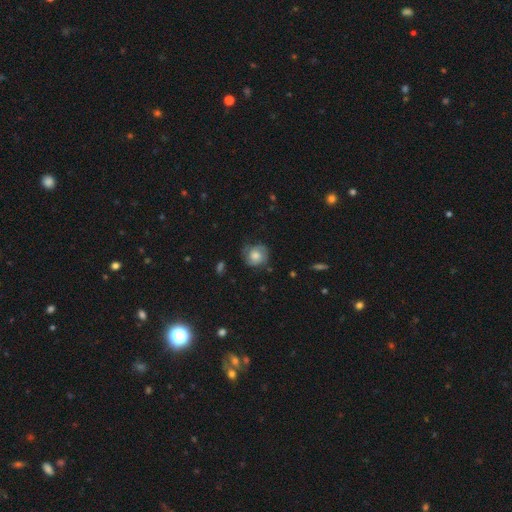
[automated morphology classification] This is possibly a featured or disk galaxy (48%). Merging: likely none (67%).